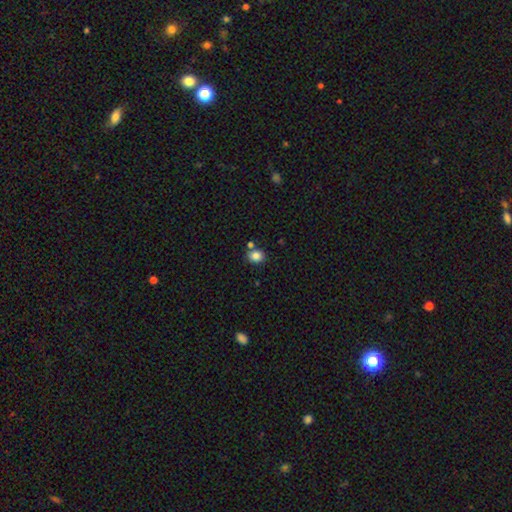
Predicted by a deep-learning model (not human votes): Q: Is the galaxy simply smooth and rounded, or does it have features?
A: smooth — 84%.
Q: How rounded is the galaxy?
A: round — 57%.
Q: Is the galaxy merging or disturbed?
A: none — 74%.